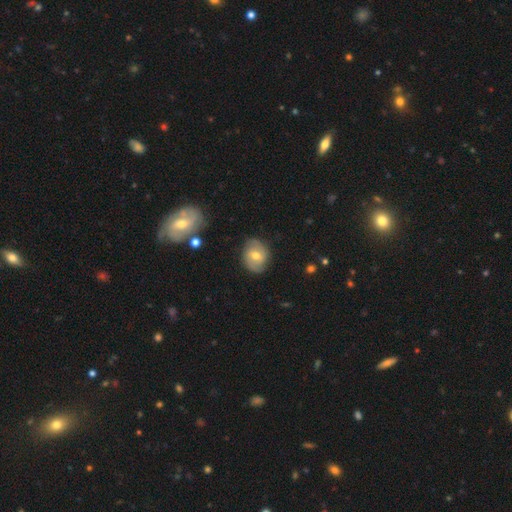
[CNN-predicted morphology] Overall: smooth (46%, tied with featured or disk). Merging: none (78%).